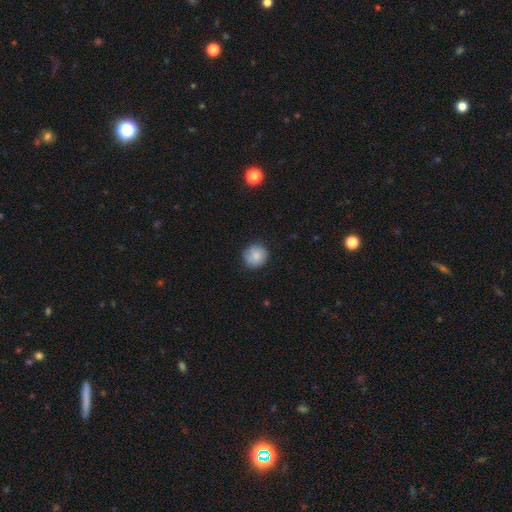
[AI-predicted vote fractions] Morphology: type=smooth (76%); roundness=round (90%); merging=none (78%).